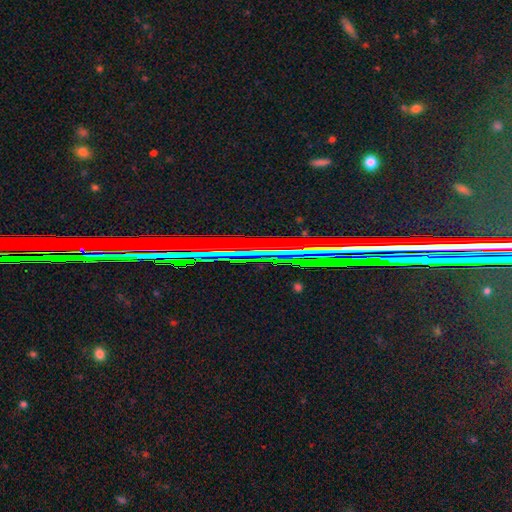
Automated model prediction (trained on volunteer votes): A star or artifact, not a galaxy (80%).

Vote fractions:
- Smooth or featured? star or artifact: 80% / featured or disk: 11% / smooth: 9%